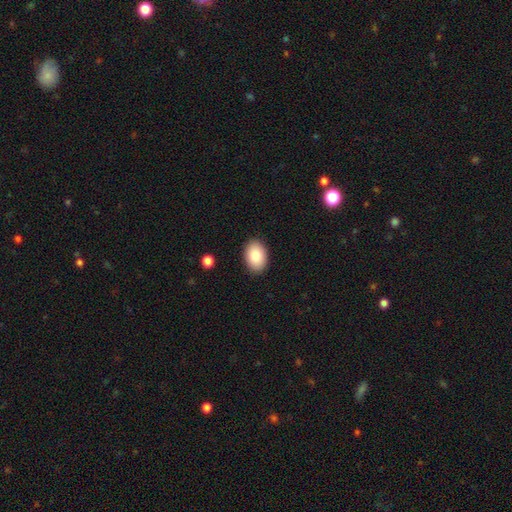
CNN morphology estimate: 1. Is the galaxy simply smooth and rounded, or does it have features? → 85% smooth, 8% featured or disk, 7% star or artifact.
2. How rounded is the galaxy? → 86% in between, 13% round, 1% cigar-shaped.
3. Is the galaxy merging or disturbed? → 89% none, 8% minor disturbance, 2% major disturbance, 1% merger.